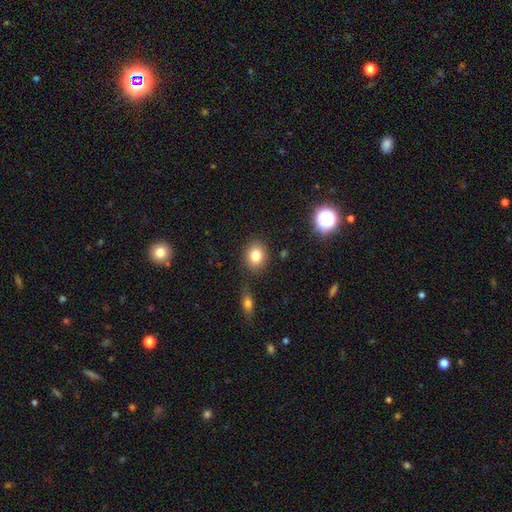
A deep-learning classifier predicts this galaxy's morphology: Overall: smooth (81%). How rounded: round (61%; in between 38%). Merging: none (82%).